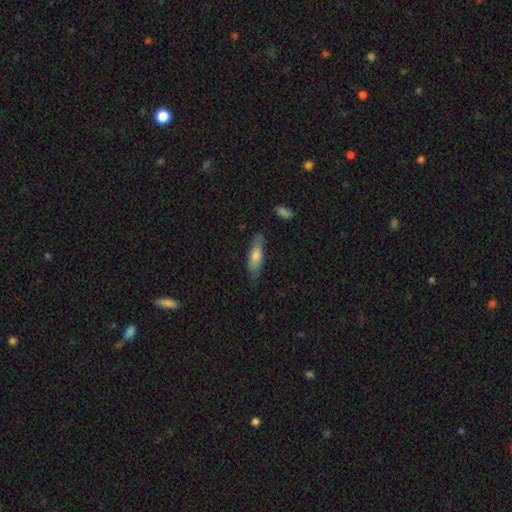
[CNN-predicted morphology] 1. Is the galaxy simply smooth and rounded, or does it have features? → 67% smooth, 26% featured or disk, 6% star or artifact.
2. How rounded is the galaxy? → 61% cigar-shaped, 37% in between, 2% round.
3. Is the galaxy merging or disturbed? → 75% none, 20% minor disturbance, 4% major disturbance, 2% merger.